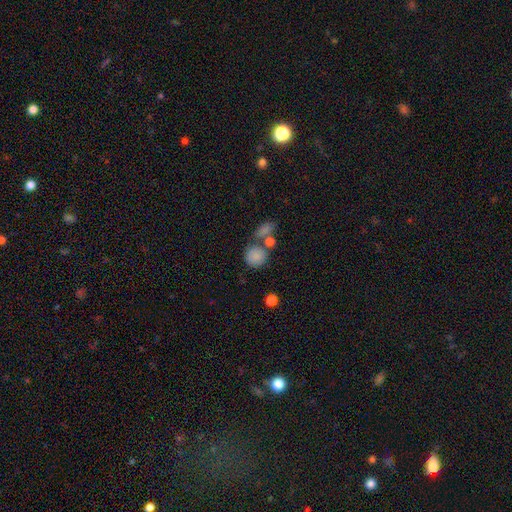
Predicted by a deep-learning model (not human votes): smooth 84%, star or artifact 9%, featured or disk 8%. Down the decision tree: how rounded — round (84%); merging — none (55%).